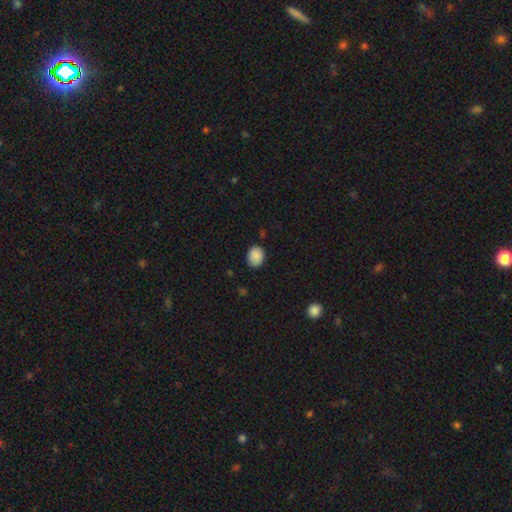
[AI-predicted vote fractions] Q: Smooth or featured?
A: smooth (88%); runner-up: star or artifact (8%)
Q: How rounded?
A: round (52%); runner-up: in between (47%)
Q: Merging?
A: none (82%); runner-up: minor disturbance (14%)